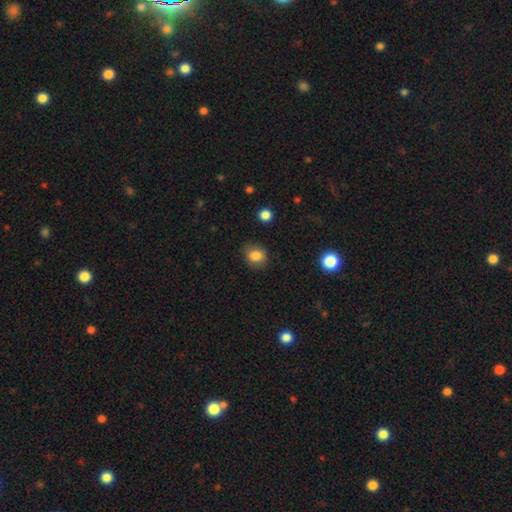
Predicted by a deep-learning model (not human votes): Smooth or featured?
  - smooth: 83% *
  - star or artifact: 10%
  - featured or disk: 7%
How rounded?
  - round: 61% *
  - in between: 38%
  - cigar-shaped: 1%
Merging?
  - none: 82% *
  - minor disturbance: 13%
  - major disturbance: 3%
  - merger: 1%